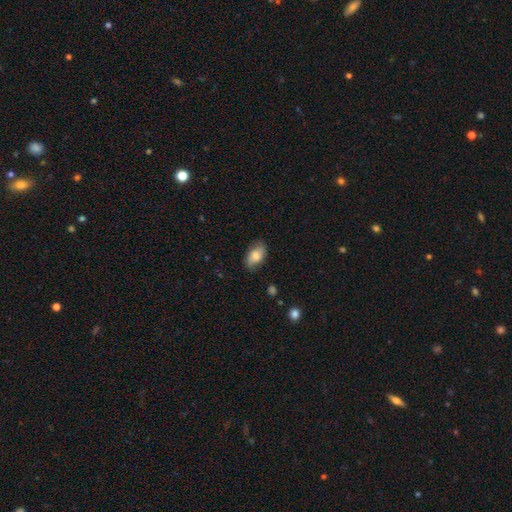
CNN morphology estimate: A smooth galaxy with no disk features (73%) that is in between round and cigar-shaped (92%). Merging: none (77%).